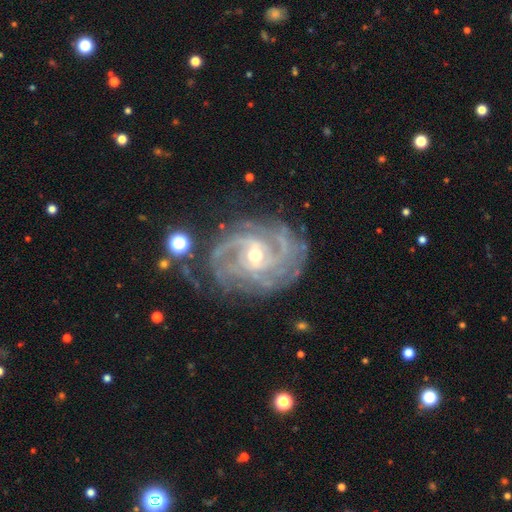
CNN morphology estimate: A featured or disk galaxy (92%) with no bar (45%), 3 (26%) tight (64%) spiral arms (98%) and a moderate central bulge (59%).

Vote fractions:
- Smooth or featured? featured or disk: 92% / star or artifact: 5% / smooth: 3%
- Edge-on disk? no: 97% / yes: 3%
- Bar? no: 45% / weak: 39% / strong: 16%
- Spiral arms? yes: 98% / no: 2%
- Spiral winding? tight: 64% / medium: 31% / loose: 5%
- Spiral arm count? 3: 26% / can't tell: 19% / 4: 18% / 2: 18% / more than 4: 11% / 1: 7%
- Bulge size? moderate: 59% / small: 37% / large: 3% / none: 1% / dominant: 1%
- Merging? none: 74% / minor disturbance: 17% / major disturbance: 8% / merger: 2%